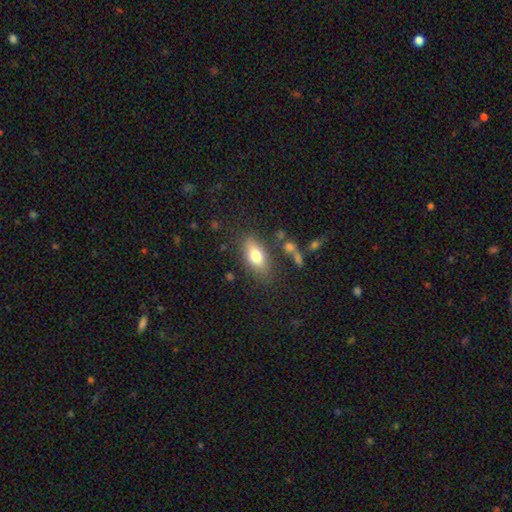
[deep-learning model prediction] smooth_or_featured: smooth (p=0.76) [alt: featured or disk p=0.16]
how_rounded: in between (p=0.85) [alt: round p=0.08]
merging: none (p=0.78) [alt: minor disturbance p=0.14]